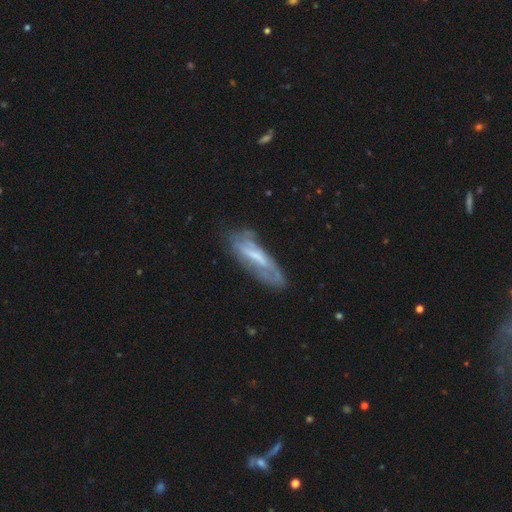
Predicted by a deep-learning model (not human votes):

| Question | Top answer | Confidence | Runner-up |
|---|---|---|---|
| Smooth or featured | featured or disk | 57% | smooth (35%) |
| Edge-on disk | no | 70% | yes (30%) |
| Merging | none | 55% | minor disturbance (27%) |